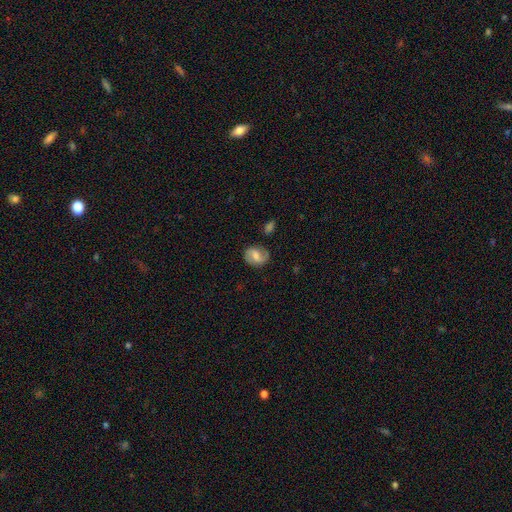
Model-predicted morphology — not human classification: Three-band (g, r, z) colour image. It shows a featured or disk galaxy (49%). Merging: none (78%).